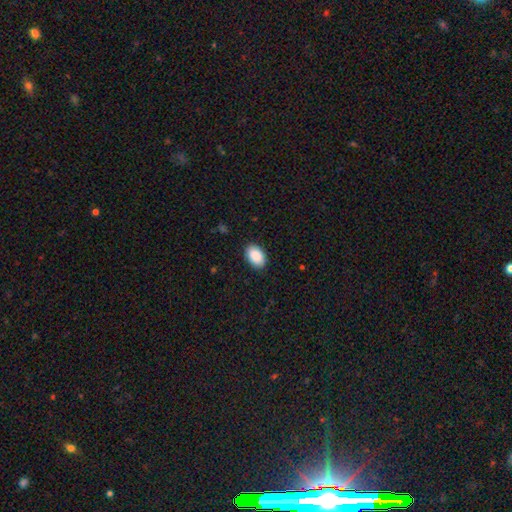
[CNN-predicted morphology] This appears to be a smooth galaxy with no disk features (91%) that is in between round and cigar-shaped (91%). Merging: none (89%).